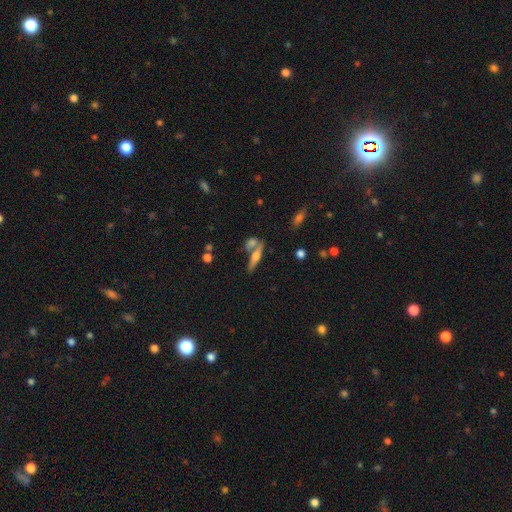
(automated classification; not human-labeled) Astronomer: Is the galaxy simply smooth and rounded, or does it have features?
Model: featured or disk — 50% (runner-up: smooth, 41%).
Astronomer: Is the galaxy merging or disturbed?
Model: none — 55% (runner-up: merger, 31%).